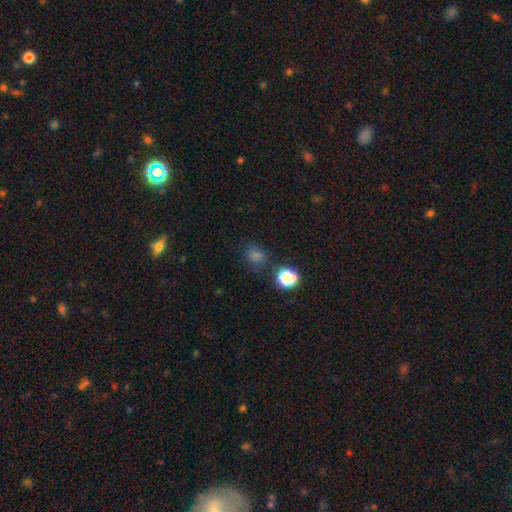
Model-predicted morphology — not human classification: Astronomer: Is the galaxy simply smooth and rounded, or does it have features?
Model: smooth — 69%.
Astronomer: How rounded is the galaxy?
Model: round — 69%.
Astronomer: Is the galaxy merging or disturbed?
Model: none — 77%.